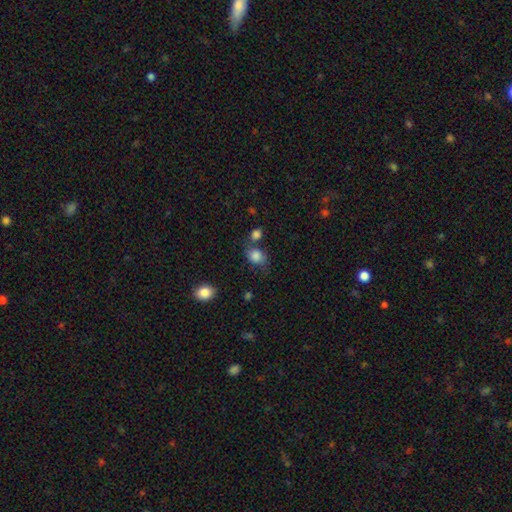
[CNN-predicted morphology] A smooth galaxy with no disk features (83%) that is in between round and cigar-shaped (56%). Merging: none (54%).